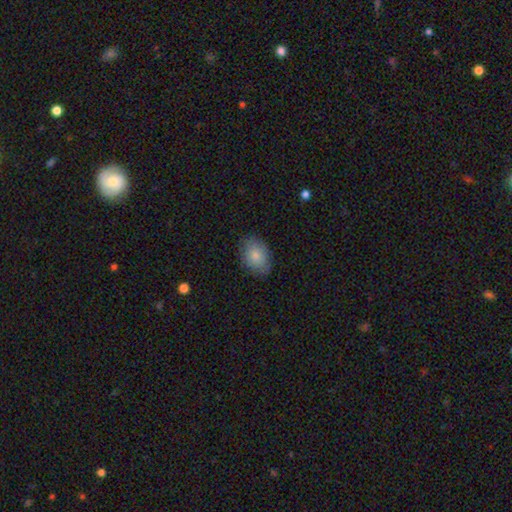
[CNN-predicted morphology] type=smooth (83%); roundness=in between (80%); merging=none (82%).